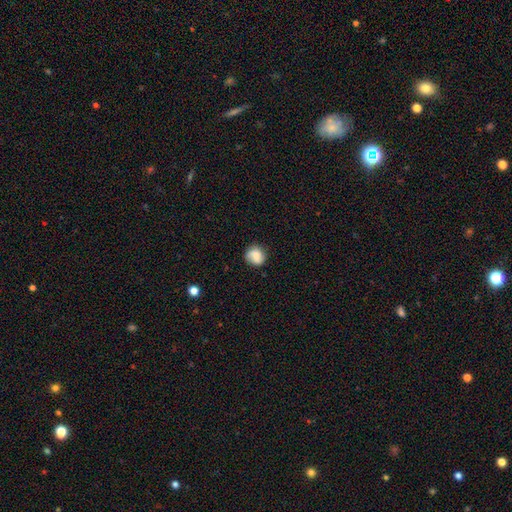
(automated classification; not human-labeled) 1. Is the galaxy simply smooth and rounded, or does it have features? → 73% smooth, 18% featured or disk, 9% star or artifact.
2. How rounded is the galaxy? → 81% round, 18% in between, 1% cigar-shaped.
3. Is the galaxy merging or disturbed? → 73% none, 20% minor disturbance, 6% major disturbance, 2% merger.